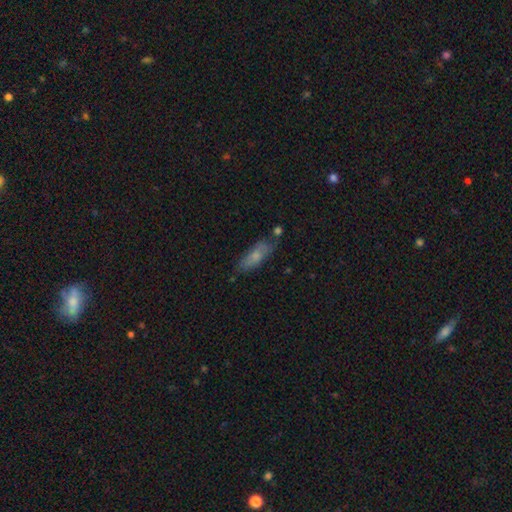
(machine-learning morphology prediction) smooth 67%, featured or disk 25%, star or artifact 8%. Down the decision tree: how rounded — in between (56%); merging — none (67%).